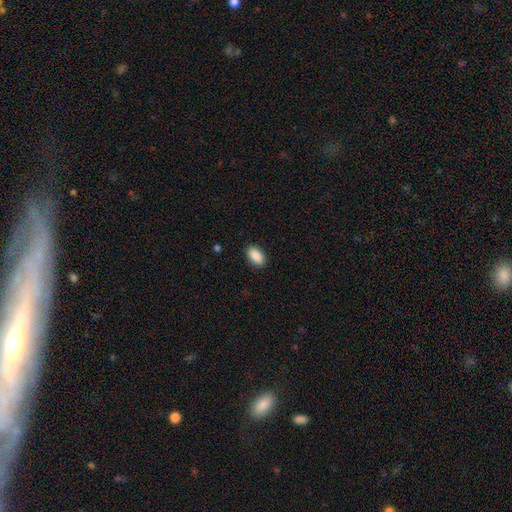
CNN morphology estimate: A smooth galaxy with no disk features (90%) that is in between round and cigar-shaped (94%).

Vote fractions:
- Smooth or featured? smooth: 90% / star or artifact: 7% / featured or disk: 3%
- How rounded? in between: 94% / round: 4% / cigar-shaped: 2%
- Merging? none: 89% / minor disturbance: 8% / major disturbance: 2% / merger: 1%